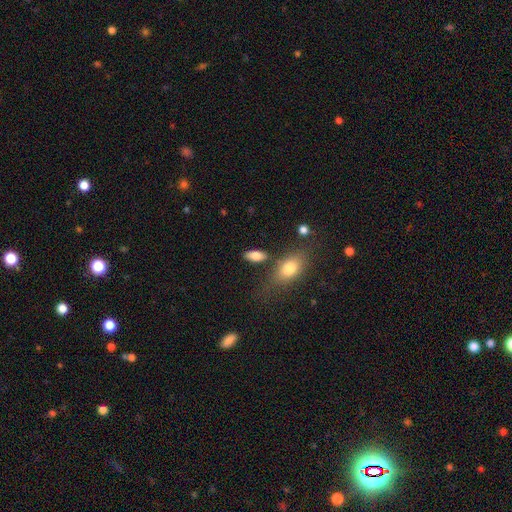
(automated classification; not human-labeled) This appears to be a smooth galaxy with no disk features (84%) that is in between round and cigar-shaped (86%). Merging: none (76%).